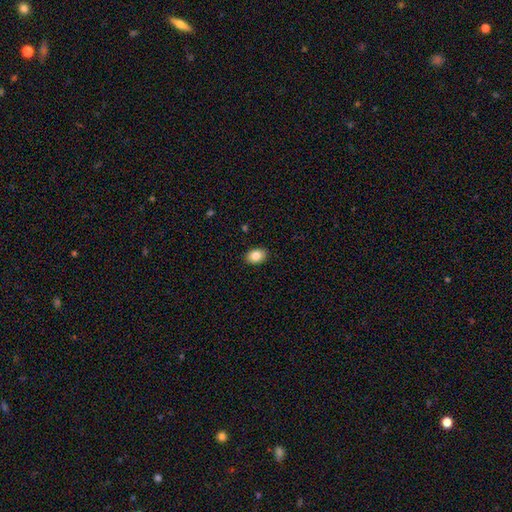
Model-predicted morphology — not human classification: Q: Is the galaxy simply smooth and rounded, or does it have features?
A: smooth — 85%.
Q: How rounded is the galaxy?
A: in between — 78%.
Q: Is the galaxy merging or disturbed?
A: none — 90%.